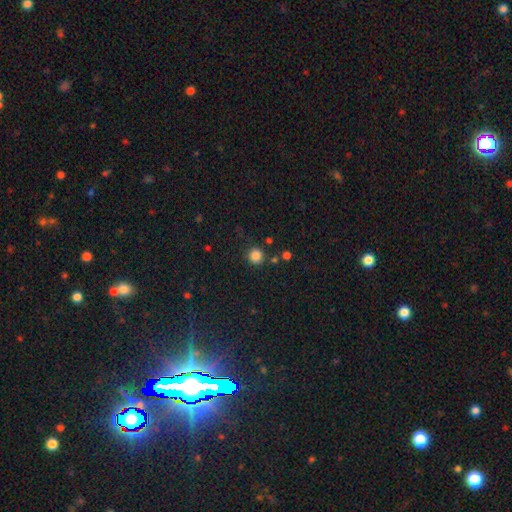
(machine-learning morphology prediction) Smooth or featured?
  - smooth: 84% *
  - star or artifact: 12%
  - featured or disk: 4%
How rounded?
  - round: 93% *
  - in between: 6%
  - cigar-shaped: 1%
Merging?
  - none: 85% *
  - minor disturbance: 8%
  - merger: 5%
  - major disturbance: 3%